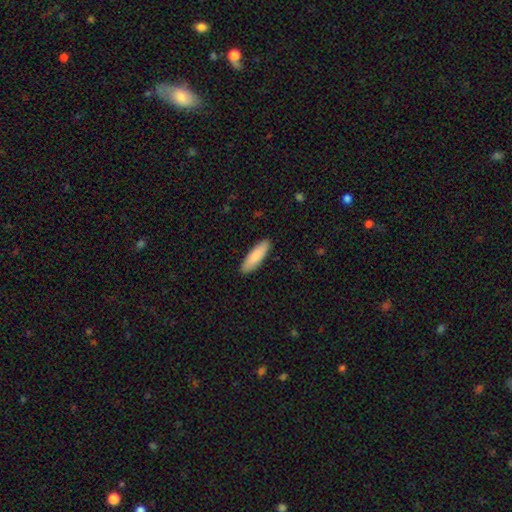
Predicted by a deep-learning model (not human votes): Smooth or featured? smooth (86%)
How rounded? cigar-shaped (54%)
Merging? none (90%)